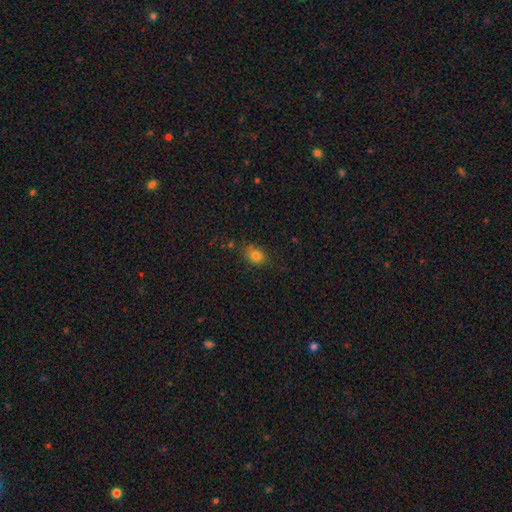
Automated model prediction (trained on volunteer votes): The model was most divided on "how rounded": in between: 61%, round: 38%, cigar-shaped: 1%. More confident: smooth or featured — smooth (80%); merging — none (74%).